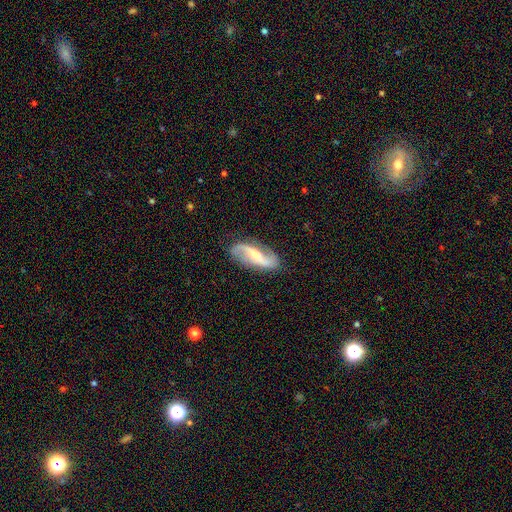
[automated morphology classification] featured or disk 85%, smooth 10%, star or artifact 5%. Down the decision tree: edge-on disk — no (94%); bar — weak (42%); spiral arms — yes (96%); spiral arm count — 2 (93%); spiral winding — loose (73%); bulge size — moderate (46%); merging — none (83%).